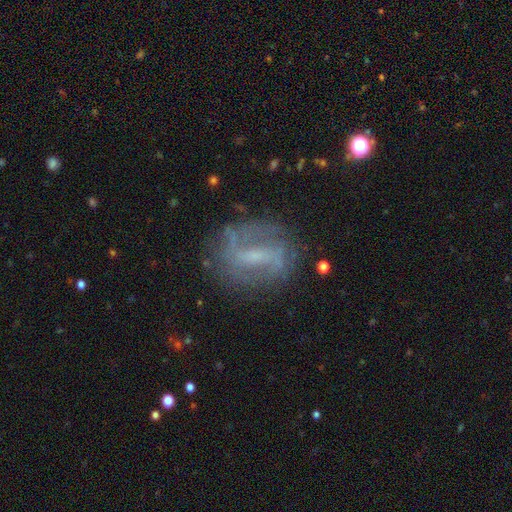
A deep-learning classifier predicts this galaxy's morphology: A featured or disk galaxy (73%) with a weak bar (44%), 2 (72%) loose (40%) spiral arms (80%) and a small central bulge (47%). Merging: none (74%).